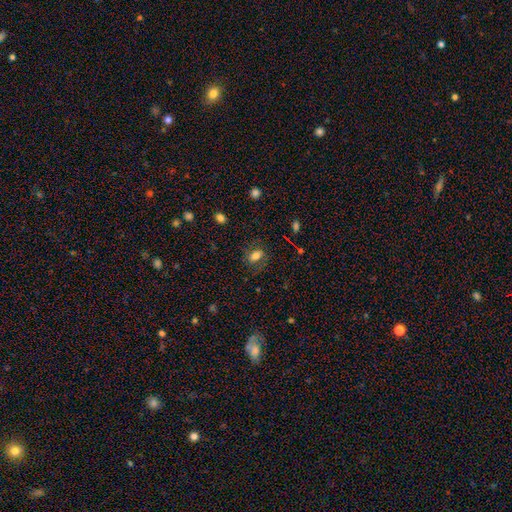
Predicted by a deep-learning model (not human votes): Smooth or featured? Predicted: smooth (p=0.69). How rounded? Predicted: in between (p=0.78). Merging? Predicted: none (p=0.72).